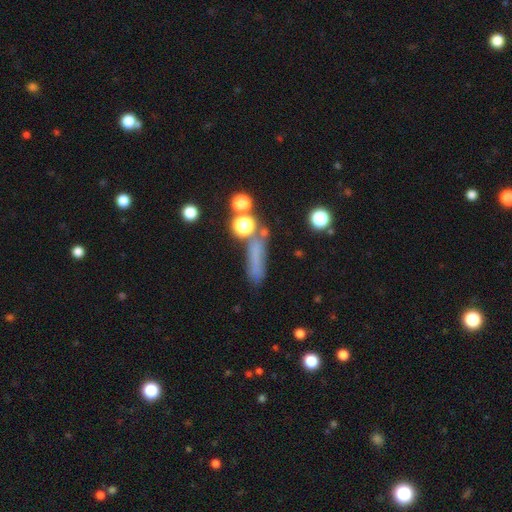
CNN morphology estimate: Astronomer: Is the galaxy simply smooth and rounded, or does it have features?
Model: smooth — 58%.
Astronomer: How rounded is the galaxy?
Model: cigar-shaped — 70%.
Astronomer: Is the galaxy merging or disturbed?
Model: none — 57%.